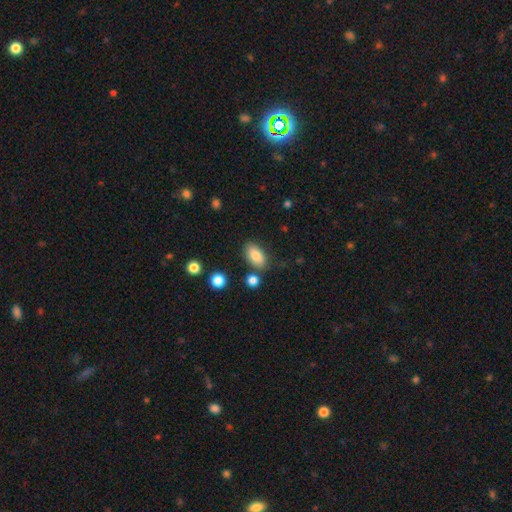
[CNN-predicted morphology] Q: Smooth or featured?
A: smooth (83%); runner-up: featured or disk (9%)
Q: How rounded?
A: in between (91%); runner-up: round (6%)
Q: Merging?
A: none (77%); runner-up: minor disturbance (13%)